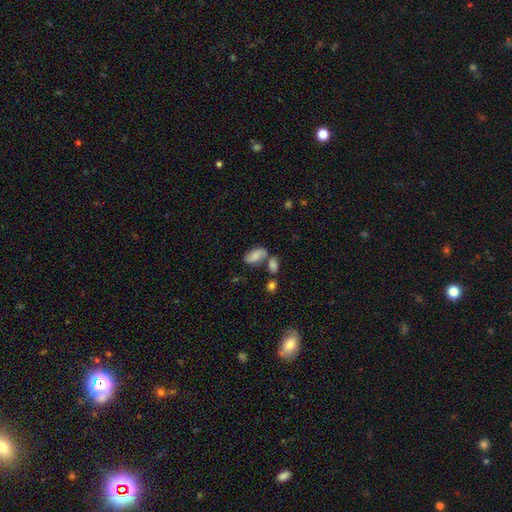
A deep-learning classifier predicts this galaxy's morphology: Smooth or featured?
  - smooth: 69% *
  - featured or disk: 22%
  - star or artifact: 9%
How rounded?
  - in between: 91% *
  - round: 5%
  - cigar-shaped: 4%
Merging?
  - none: 43% *
  - merger: 29%
  - minor disturbance: 19%
  - major disturbance: 9%